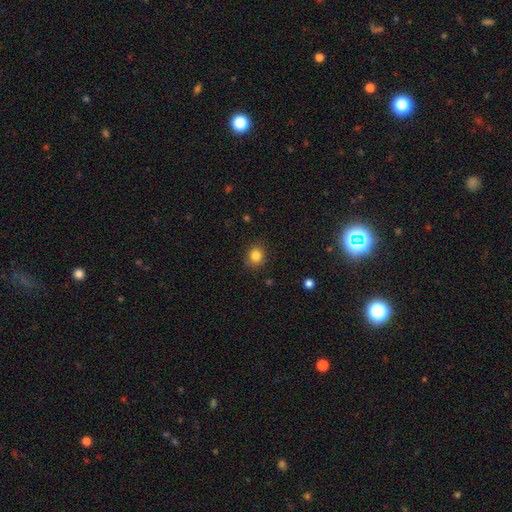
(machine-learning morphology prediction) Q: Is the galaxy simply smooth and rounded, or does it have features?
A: smooth — 83%.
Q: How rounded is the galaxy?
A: round — 82%.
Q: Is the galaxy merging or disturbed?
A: none — 85%.